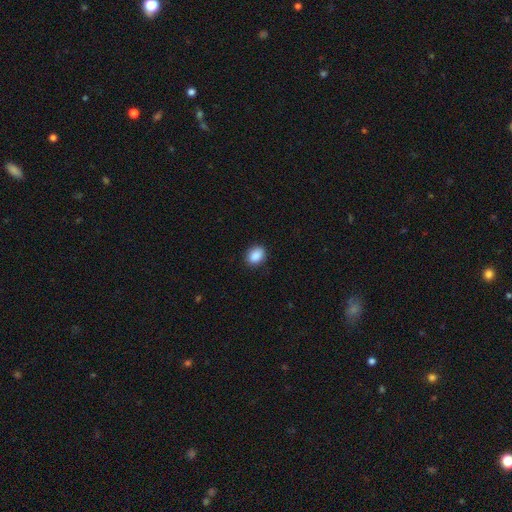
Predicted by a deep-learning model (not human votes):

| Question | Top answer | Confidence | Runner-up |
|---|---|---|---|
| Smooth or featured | smooth | 89% | star or artifact (8%) |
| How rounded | in between | 64% | round (35%) |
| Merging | none | 87% | minor disturbance (10%) |